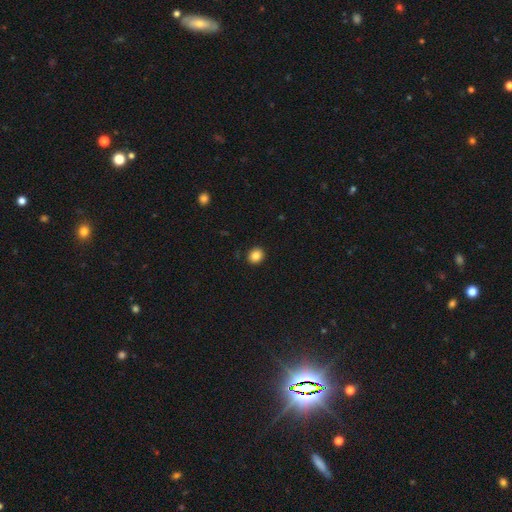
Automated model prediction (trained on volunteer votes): Smooth or featured?
  - smooth: 85% *
  - star or artifact: 10%
  - featured or disk: 5%
How rounded?
  - round: 76% *
  - in between: 23%
  - cigar-shaped: 1%
Merging?
  - none: 91% *
  - minor disturbance: 6%
  - major disturbance: 2%
  - merger: 1%